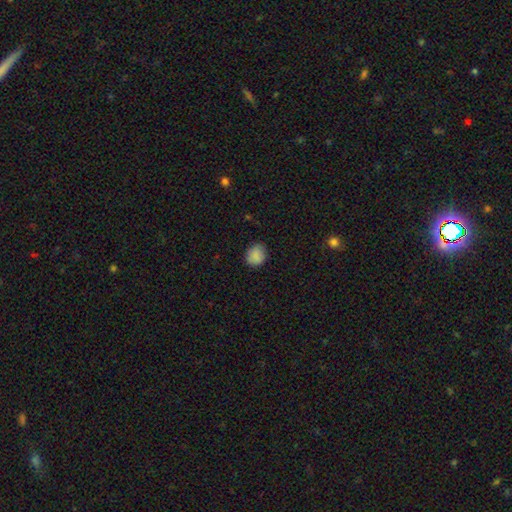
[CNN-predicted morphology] This appears to be a smooth galaxy with no disk features (87%) that is round (77%). Merging: none (81%).